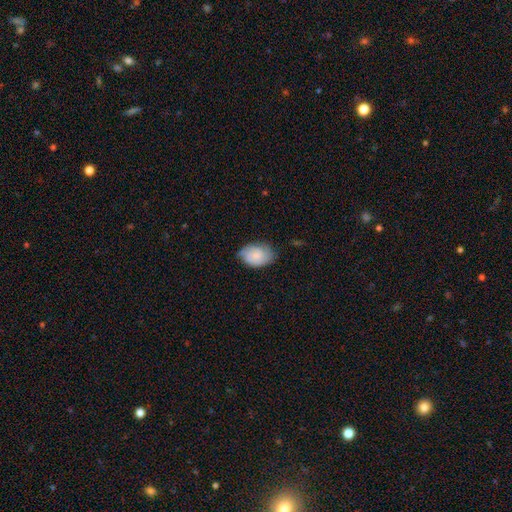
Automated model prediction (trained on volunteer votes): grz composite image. It shows a smooth galaxy with no disk features (67%) that is in between round and cigar-shaped (84%). Merging: none (63%).